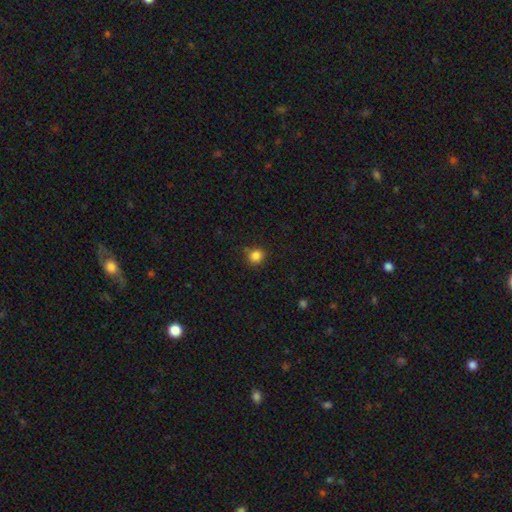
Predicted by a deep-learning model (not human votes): A smooth galaxy with no disk features (84%) that is round (89%). Merging: none (81%).